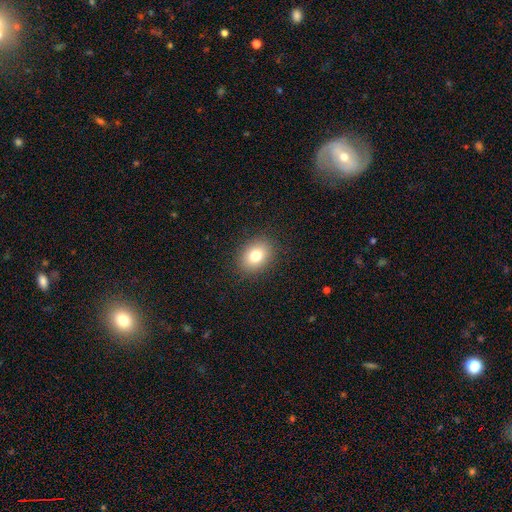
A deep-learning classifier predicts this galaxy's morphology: Overall: smooth (79%). How rounded: in between (57%; round 42%). Merging: none (89%).